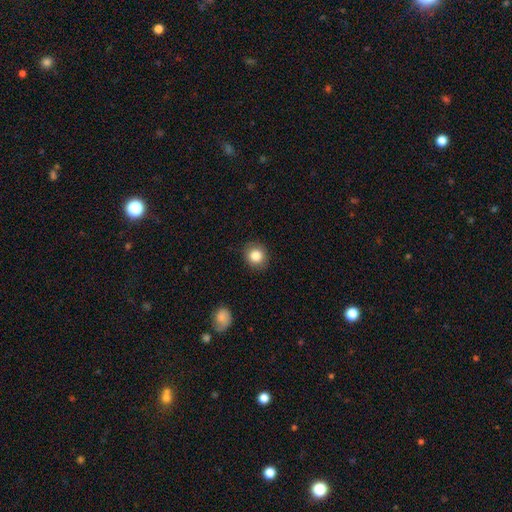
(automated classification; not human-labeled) Smooth or featured: smooth — 85% (star or artifact — 9%)
How rounded: round — 85% (in between — 14%)
Merging: none — 89% (minor disturbance — 8%)